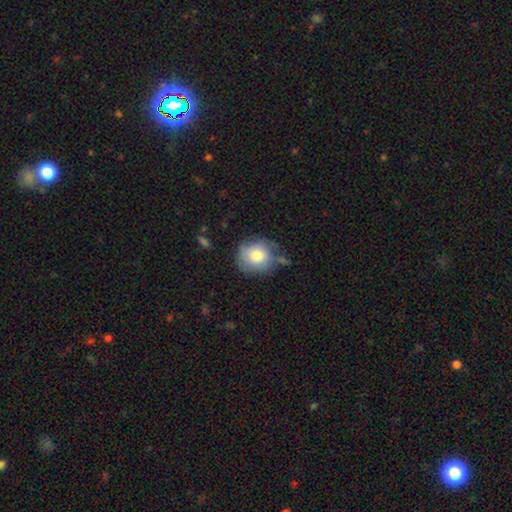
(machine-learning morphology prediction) Smooth or featured? smooth (77%)
How rounded? round (82%)
Merging? none (57%)